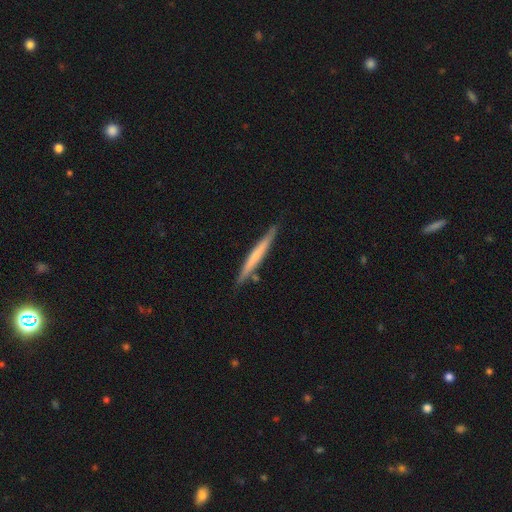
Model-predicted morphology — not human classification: smooth 50%, featured or disk 45%, star or artifact 5%. Down the decision tree: merging — none (86%).